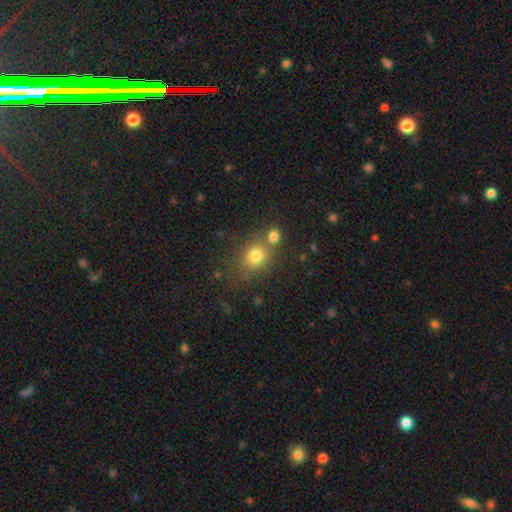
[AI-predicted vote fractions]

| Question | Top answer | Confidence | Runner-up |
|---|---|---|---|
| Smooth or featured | smooth | 77% | star or artifact (14%) |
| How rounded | round | 74% | in between (25%) |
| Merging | none | 57% | merger (29%) |